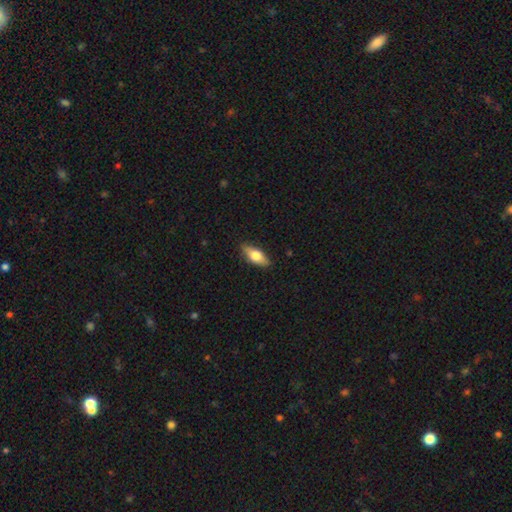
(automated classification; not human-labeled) smooth-or-featured: smooth: 64% | featured or disk: 30% | star or artifact: 6%
  how-rounded: in between: 74% | cigar-shaped: 23% | round: 4%
  merging: none: 87% | minor disturbance: 10% | major disturbance: 2% | merger: 1%